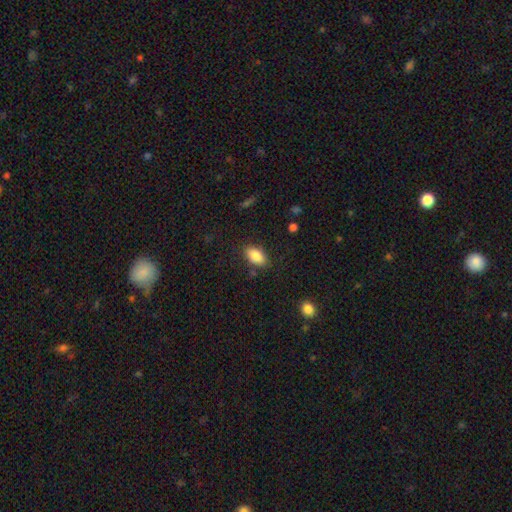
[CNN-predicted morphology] smooth-or-featured: smooth: 85% | star or artifact: 8% | featured or disk: 7%
  how-rounded: in between: 91% | round: 6% | cigar-shaped: 3%
  merging: none: 84% | minor disturbance: 11% | major disturbance: 3% | merger: 2%